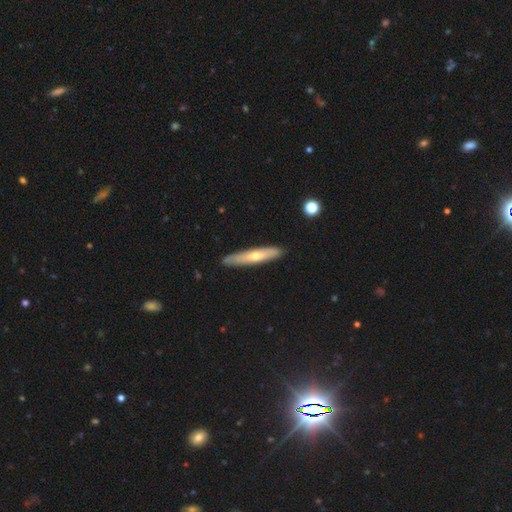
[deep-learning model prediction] Smooth or featured: featured or disk — 52% (smooth — 42%)
Edge-on disk: yes — 83% (no — 17%)
Merging: none — 89% (minor disturbance — 8%)